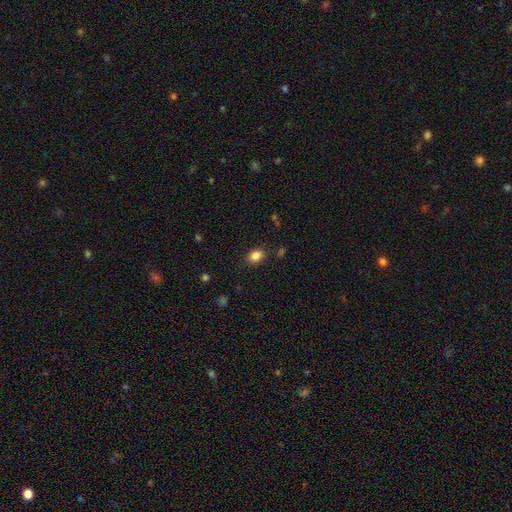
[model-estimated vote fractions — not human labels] smooth 85%, star or artifact 10%, featured or disk 5%. Down the decision tree: how rounded — in between (67%); merging — none (85%).